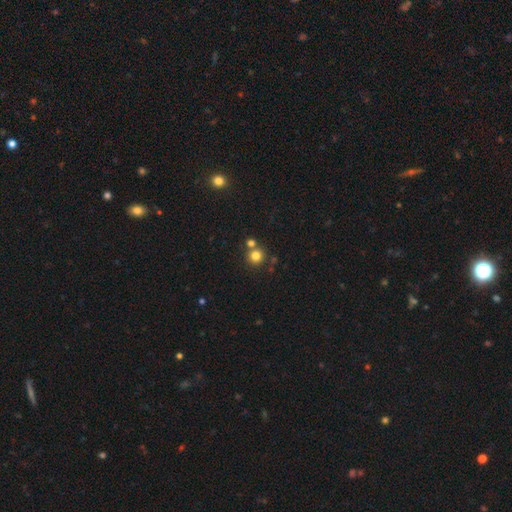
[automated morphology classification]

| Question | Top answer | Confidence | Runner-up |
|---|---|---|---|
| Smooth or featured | smooth | 80% | star or artifact (13%) |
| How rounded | round | 92% | in between (7%) |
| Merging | none | 69% | merger (22%) |